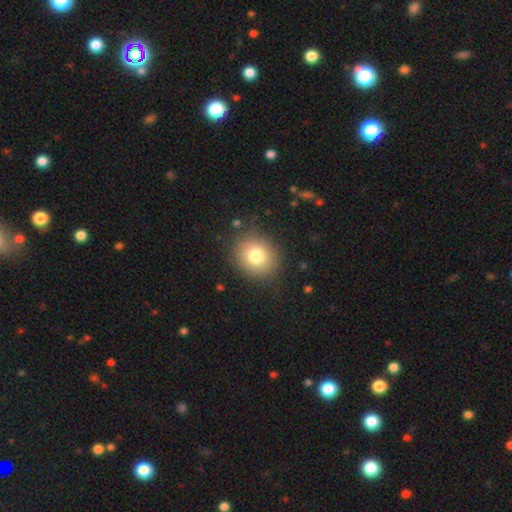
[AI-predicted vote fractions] Smooth or featured? smooth (78%)
How rounded? round (76%)
Merging? none (85%)